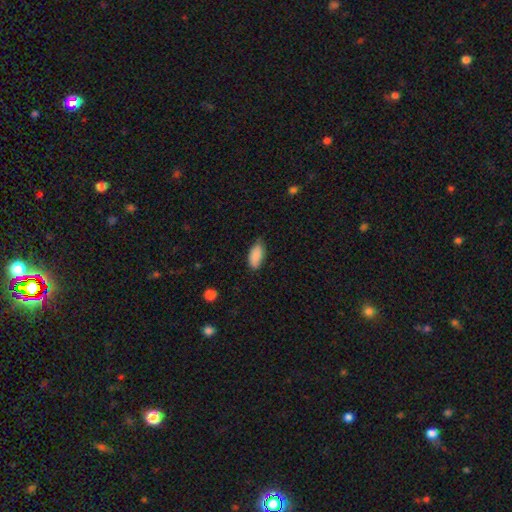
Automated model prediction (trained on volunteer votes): Overall: smooth (89%). How rounded: in between (91%). Merging: none (71%).